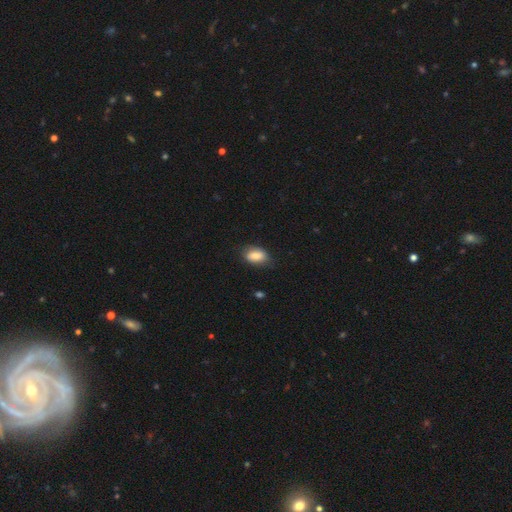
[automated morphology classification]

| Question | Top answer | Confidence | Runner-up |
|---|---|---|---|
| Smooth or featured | smooth | 81% | featured or disk (12%) |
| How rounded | in between | 89% | round (8%) |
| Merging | none | 71% | minor disturbance (23%) |